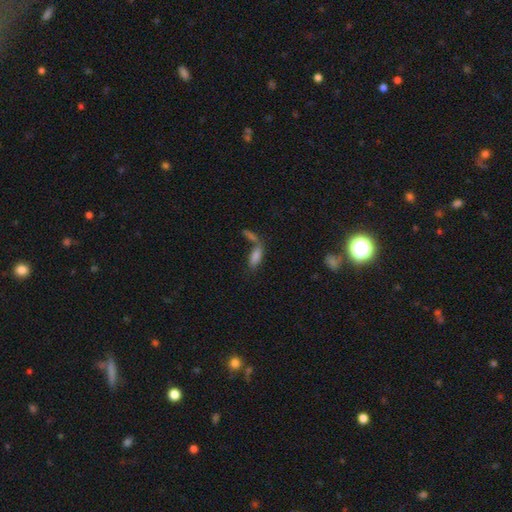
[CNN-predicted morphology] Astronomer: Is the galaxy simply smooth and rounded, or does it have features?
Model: smooth — 76%.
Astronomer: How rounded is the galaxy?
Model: in between — 77%.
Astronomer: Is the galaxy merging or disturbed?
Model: merger — 43% (runner-up: none, 38%).